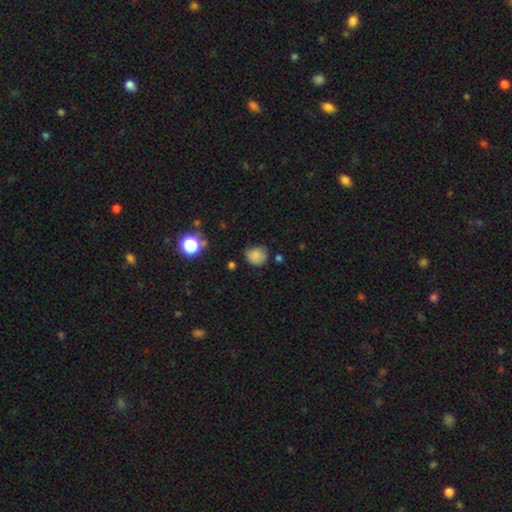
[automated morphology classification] Smooth or featured? Predicted: smooth (p=0.82). How rounded? Predicted: round (p=0.82). Merging? Predicted: none (p=0.70).